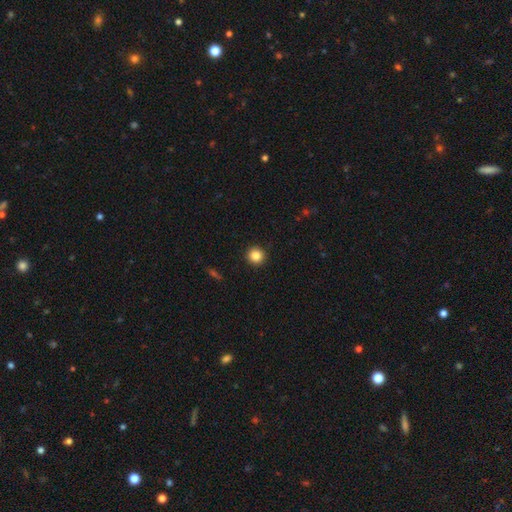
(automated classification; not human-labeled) Morphology: type=smooth (85%); roundness=round (95%); merging=none (93%).